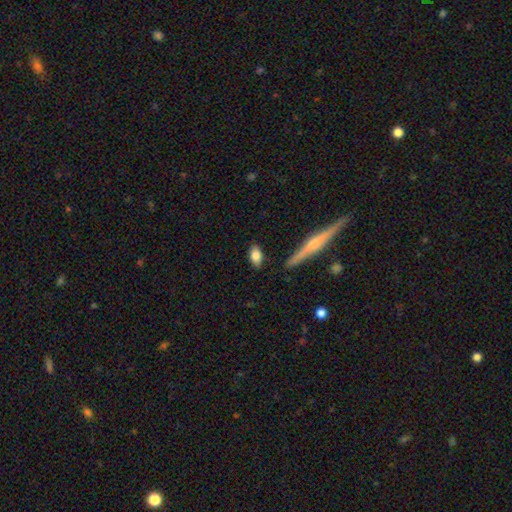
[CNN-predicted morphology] The model was most divided on "smooth or featured": smooth: 80%, featured or disk: 13%, star or artifact: 7%. More confident: how rounded — in between (87%); merging — none (84%).